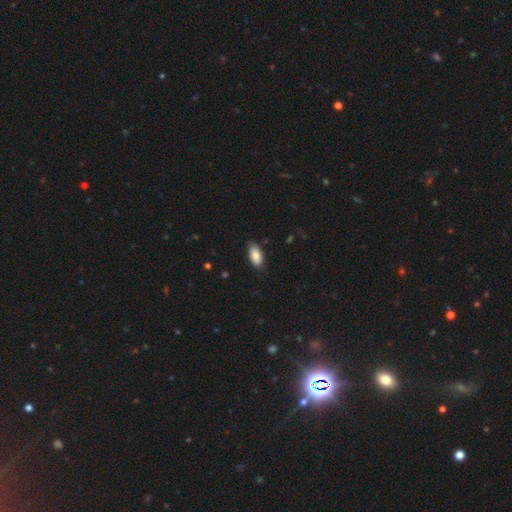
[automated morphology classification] Overall: smooth (87%). How rounded: in between (92%). Merging: none (83%).